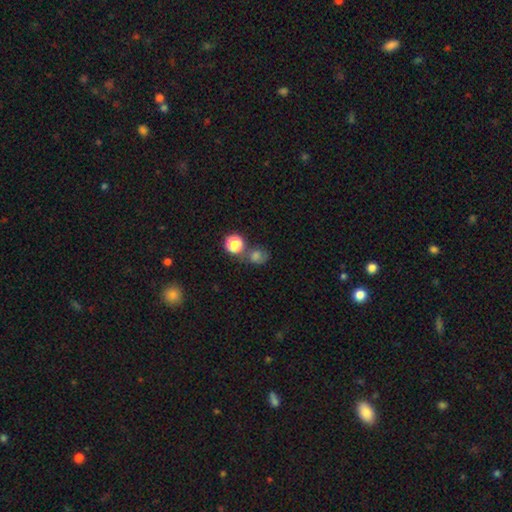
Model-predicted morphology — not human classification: Q: Smooth or featured?
A: smooth (65%); runner-up: star or artifact (21%)
Q: How rounded?
A: round (68%); runner-up: in between (31%)
Q: Merging?
A: none (44%); runner-up: merger (30%)